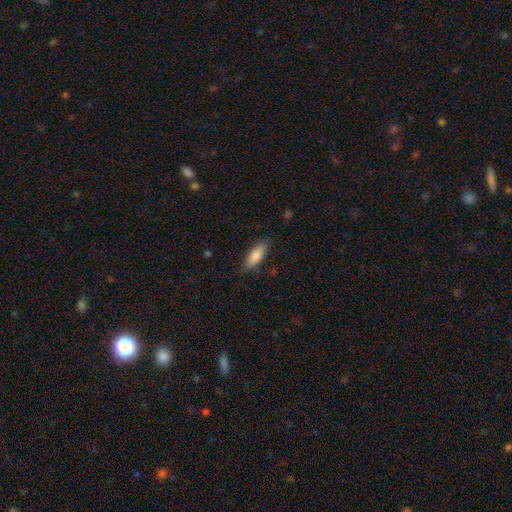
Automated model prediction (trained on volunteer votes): A smooth galaxy with no disk features (84%) that is in between round and cigar-shaped (61%).

Vote fractions:
- Smooth or featured? smooth: 84% / featured or disk: 10% / star or artifact: 6%
- How rounded? in between: 61% / cigar-shaped: 37% / round: 2%
- Merging? none: 84% / minor disturbance: 12% / major disturbance: 3% / merger: 1%